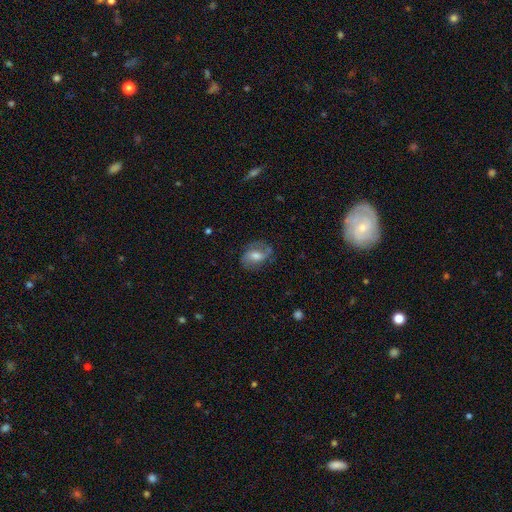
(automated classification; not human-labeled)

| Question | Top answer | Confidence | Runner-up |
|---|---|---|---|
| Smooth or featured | featured or disk | 55% | smooth (36%) |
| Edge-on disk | no | 95% | yes (5%) |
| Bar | weak | 44% | no (34%) |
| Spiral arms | yes | 80% | no (20%) |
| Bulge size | moderate | 59% | small (23%) |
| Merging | none | 71% | minor disturbance (19%) |